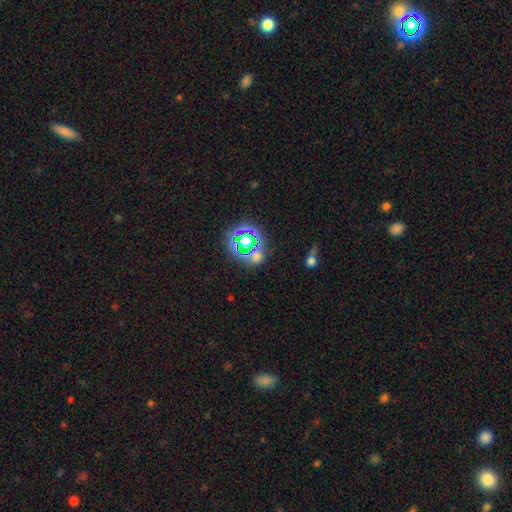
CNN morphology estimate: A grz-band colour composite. It shows a star or artifact, not a galaxy (59%).